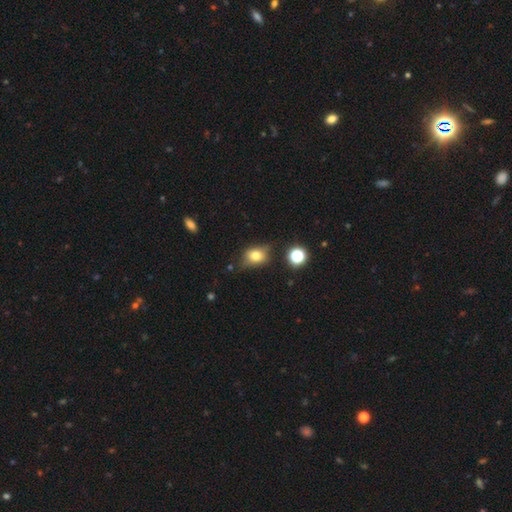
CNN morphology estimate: type=smooth (72%); roundness=in between (62%); merging=none (67%).